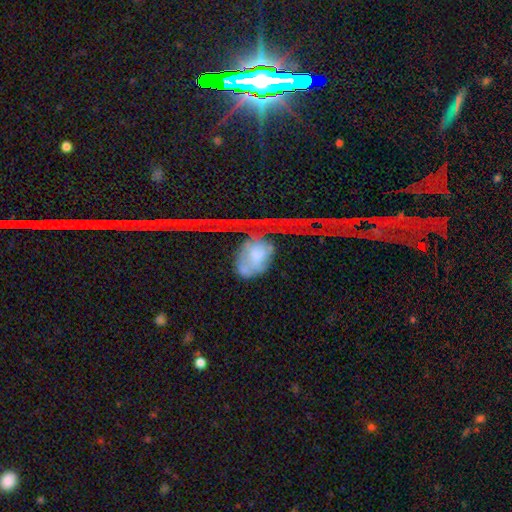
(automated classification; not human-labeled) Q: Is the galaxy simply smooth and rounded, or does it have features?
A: smooth — 50%.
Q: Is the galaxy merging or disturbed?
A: major disturbance — 49%.